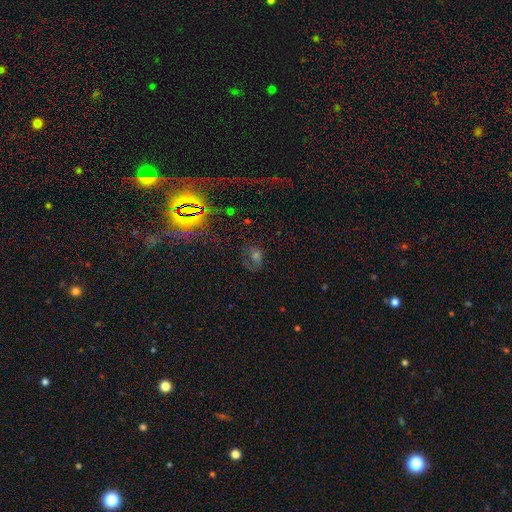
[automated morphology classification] The model was most divided on "smooth or featured": star or artifact: 41%, smooth: 34%, featured or disk: 26%.